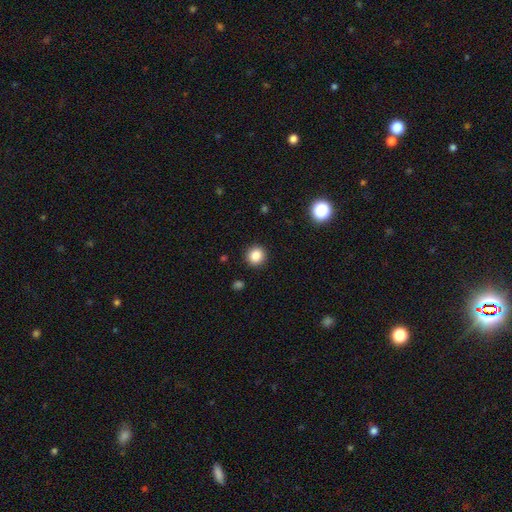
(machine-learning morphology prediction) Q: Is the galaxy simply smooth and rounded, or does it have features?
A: smooth — 86%.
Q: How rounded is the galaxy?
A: round — 91%.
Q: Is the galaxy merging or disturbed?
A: none — 92%.